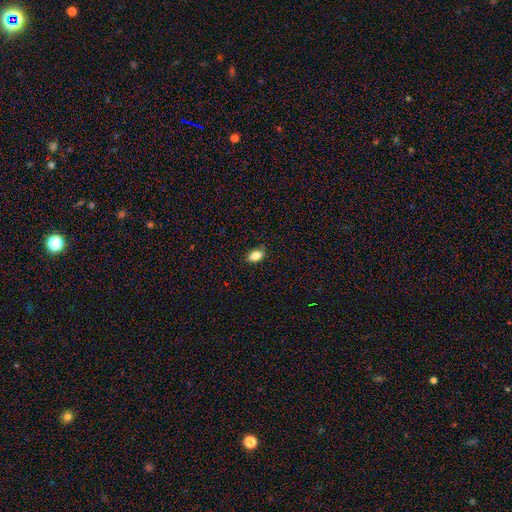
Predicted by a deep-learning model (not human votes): Morphology: type=smooth (84%); roundness=in between (86%); merging=none (81%).